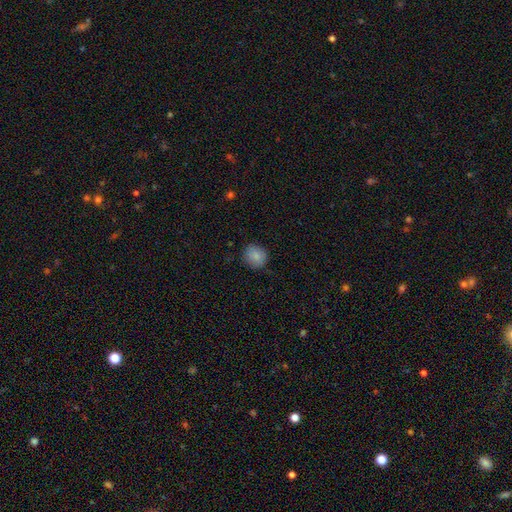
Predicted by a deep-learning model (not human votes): The model was most divided on "merging": none: 85%, minor disturbance: 12%, major disturbance: 2%, merger: 1%. More confident: how rounded — round (86%); smooth or featured — smooth (86%).